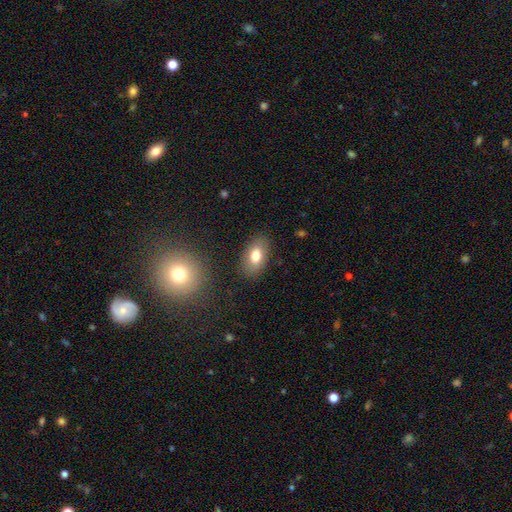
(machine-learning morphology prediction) A smooth galaxy with no disk features (77%) that is in between round and cigar-shaped (91%).

Vote fractions:
- Smooth or featured? smooth: 77% / featured or disk: 15% / star or artifact: 8%
- How rounded? in between: 91% / round: 7% / cigar-shaped: 2%
- Merging? none: 85% / minor disturbance: 10% / major disturbance: 3% / merger: 2%